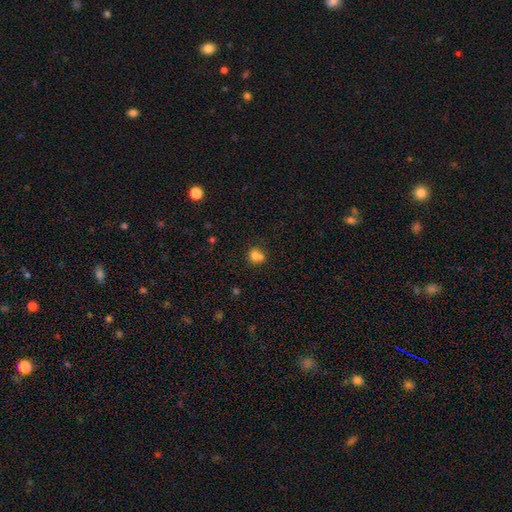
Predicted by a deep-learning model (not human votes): Overall: smooth (75%). How rounded: round (71%). Merging: merger (44%; none 39%).